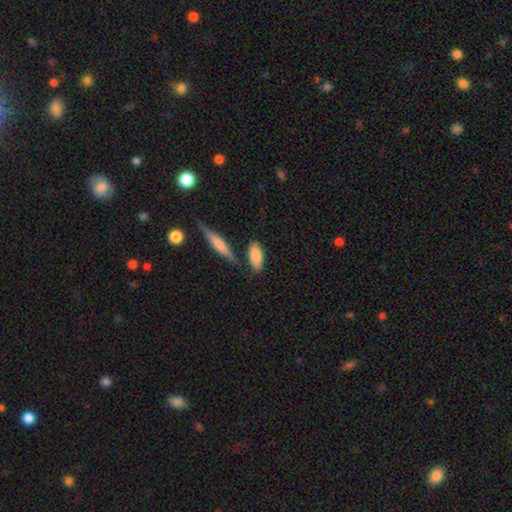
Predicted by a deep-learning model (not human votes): Smooth or featured? Predicted: smooth (p=0.84). How rounded? Predicted: in between (p=0.77). Merging? Predicted: none (p=0.71).